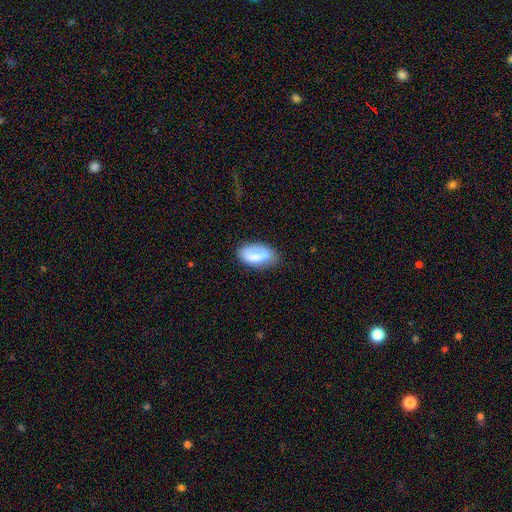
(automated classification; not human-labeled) Smooth or featured? Predicted: smooth (p=0.68). How rounded? Predicted: in between (p=0.93). Merging? Predicted: none (p=0.57).